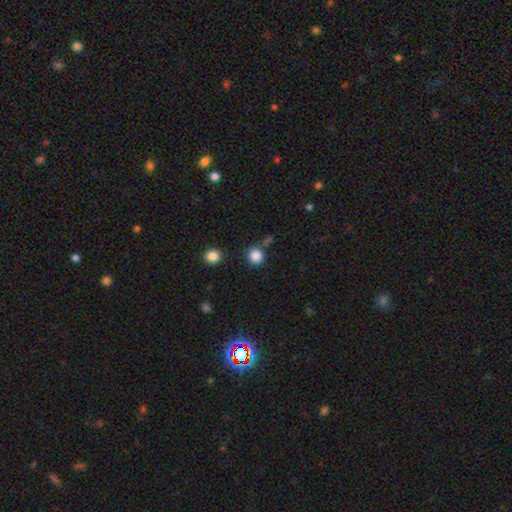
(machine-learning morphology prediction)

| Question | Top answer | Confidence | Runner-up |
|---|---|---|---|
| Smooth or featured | smooth | 86% | star or artifact (11%) |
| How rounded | round | 90% | in between (9%) |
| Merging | none | 79% | minor disturbance (10%) |